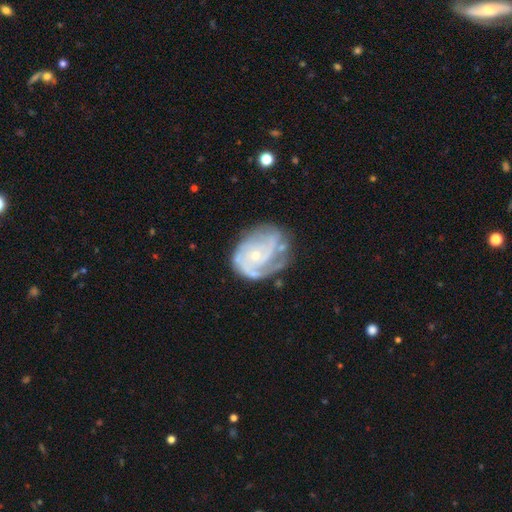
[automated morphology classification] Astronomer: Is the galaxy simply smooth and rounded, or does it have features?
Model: featured or disk — 83%.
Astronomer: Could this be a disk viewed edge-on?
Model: no — 98%.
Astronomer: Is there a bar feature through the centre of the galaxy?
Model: no — 74%.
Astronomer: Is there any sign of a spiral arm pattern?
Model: yes — 93%.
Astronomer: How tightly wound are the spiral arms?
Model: tight — 55% (runner-up: medium, 34%).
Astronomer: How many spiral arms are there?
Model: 2 — 33% (runner-up: can't tell, 28%).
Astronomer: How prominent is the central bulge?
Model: small — 76%.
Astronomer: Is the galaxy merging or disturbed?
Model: none — 55%.